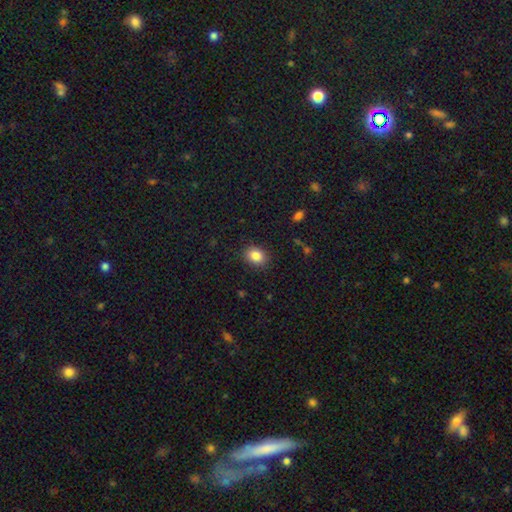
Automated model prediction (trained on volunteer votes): A smooth galaxy with no disk features (85%) that is in between round and cigar-shaped (53%). Merging: none (88%).